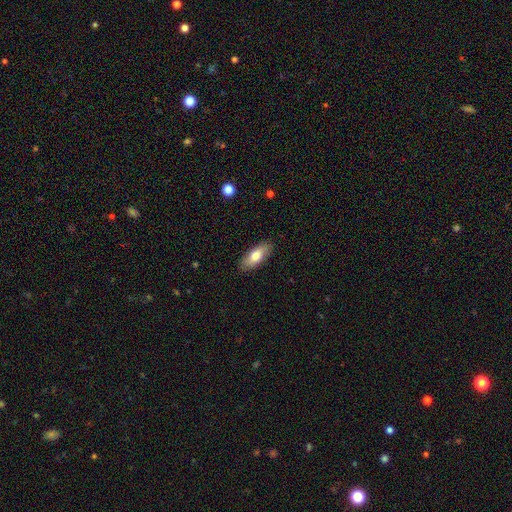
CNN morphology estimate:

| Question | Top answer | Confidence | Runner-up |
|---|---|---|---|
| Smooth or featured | smooth | 74% | featured or disk (20%) |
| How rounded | in between | 81% | cigar-shaped (17%) |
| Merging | none | 88% | minor disturbance (9%) |